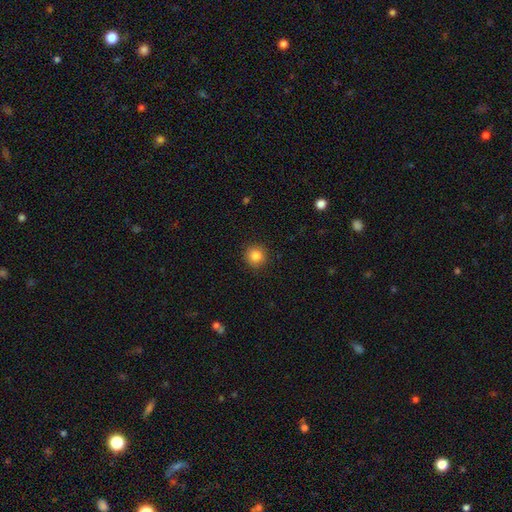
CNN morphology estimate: Smooth or featured? Predicted: smooth (p=0.84). How rounded? Predicted: round (p=0.94). Merging? Predicted: none (p=0.91).